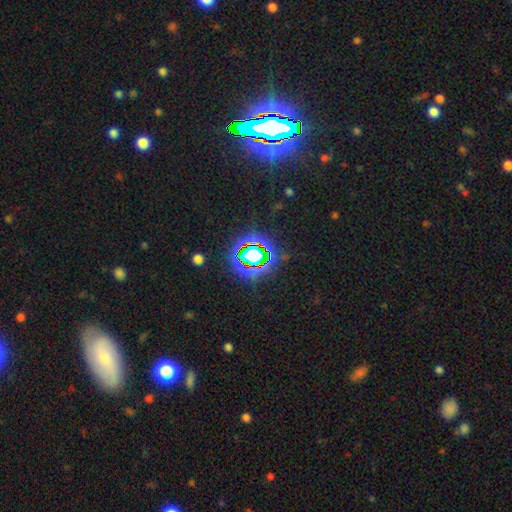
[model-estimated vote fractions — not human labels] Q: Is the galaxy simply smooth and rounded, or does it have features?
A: star or artifact — 81%.